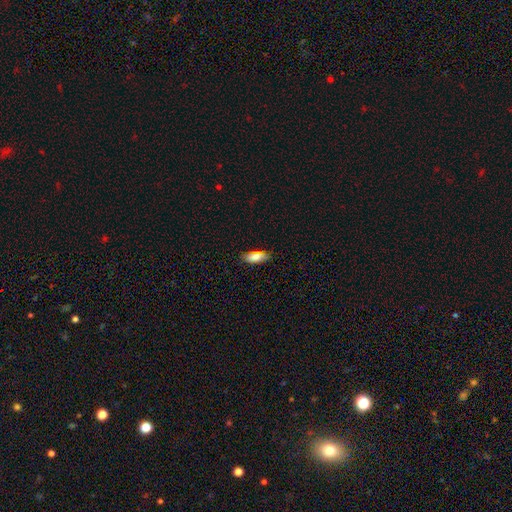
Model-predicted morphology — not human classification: A smooth galaxy with no disk features (79%) that is in between round and cigar-shaped (68%).

Vote fractions:
- Smooth or featured? smooth: 79% / featured or disk: 13% / star or artifact: 7%
- How rounded? in between: 68% / cigar-shaped: 29% / round: 2%
- Merging? none: 86% / minor disturbance: 11% / major disturbance: 2% / merger: 1%